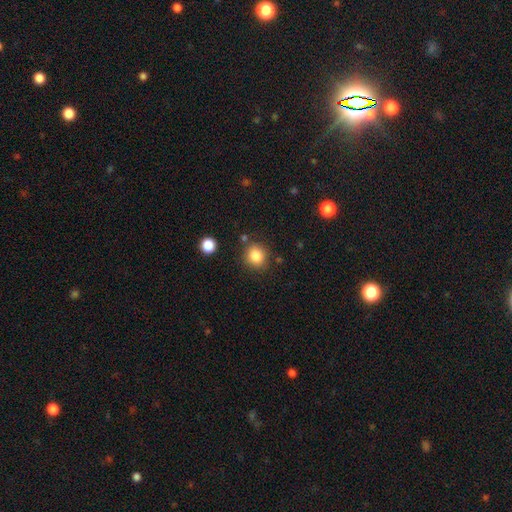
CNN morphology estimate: Q: Smooth or featured?
A: smooth (85%); runner-up: star or artifact (10%)
Q: How rounded?
A: round (82%); runner-up: in between (17%)
Q: Merging?
A: none (82%); runner-up: minor disturbance (10%)